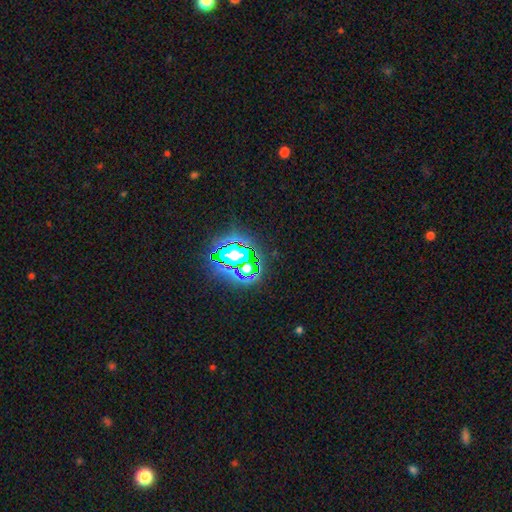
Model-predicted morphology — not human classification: Smooth or featured: star or artifact — 78% (smooth — 13%)